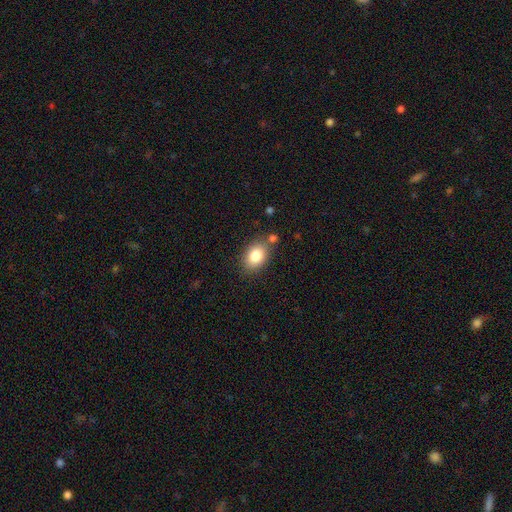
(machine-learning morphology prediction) This is clearly a smooth galaxy (83%). How rounded: likely in between (80%). Merging: likely none (76%).